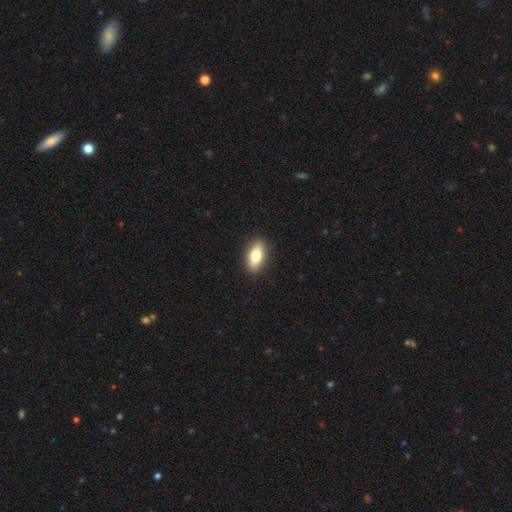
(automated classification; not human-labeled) smooth_or_featured: smooth (p=0.71) [alt: featured or disk p=0.22]
how_rounded: in between (p=0.79) [alt: cigar-shaped p=0.16]
merging: none (p=0.89) [alt: minor disturbance p=0.08]